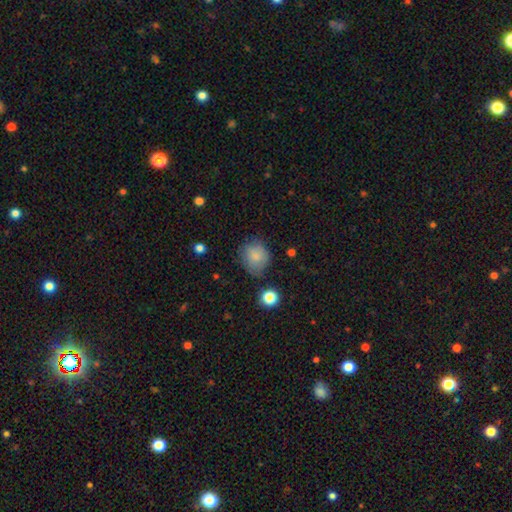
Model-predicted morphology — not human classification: This appears to be a smooth galaxy with no disk features (83%) that is round (74%). Merging: none (69%).